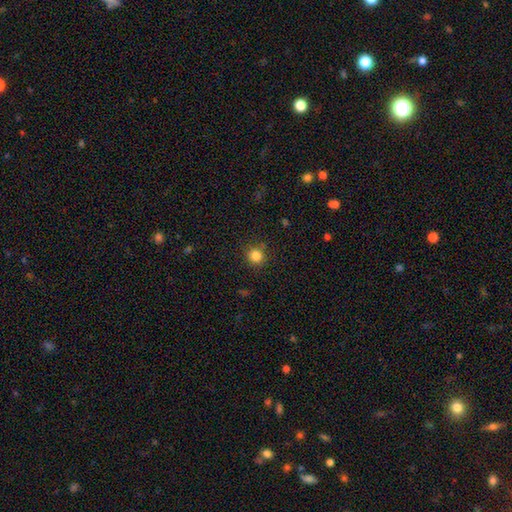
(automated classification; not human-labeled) A smooth galaxy with no disk features (83%) that is round (92%). Merging: none (86%).